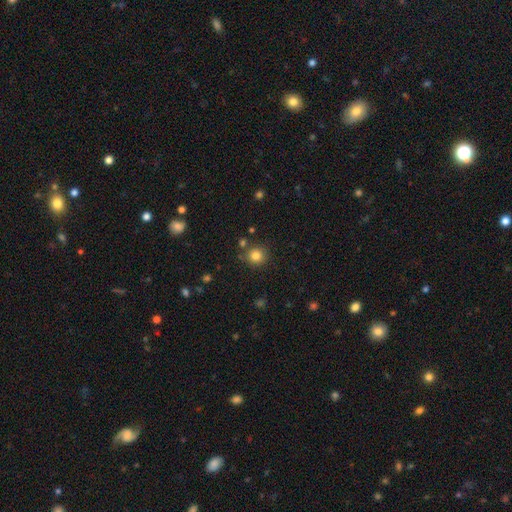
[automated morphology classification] Overall: smooth (82%). How rounded: round (91%). Merging: none (81%).